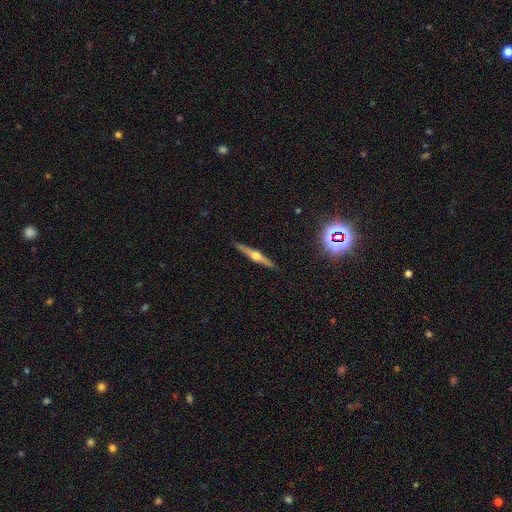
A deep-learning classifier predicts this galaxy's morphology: featured or disk 78%, smooth 16%, star or artifact 7%. Down the decision tree: edge-on disk — yes (98%); edge-on bulge — rounded (95%); merging — none (92%).